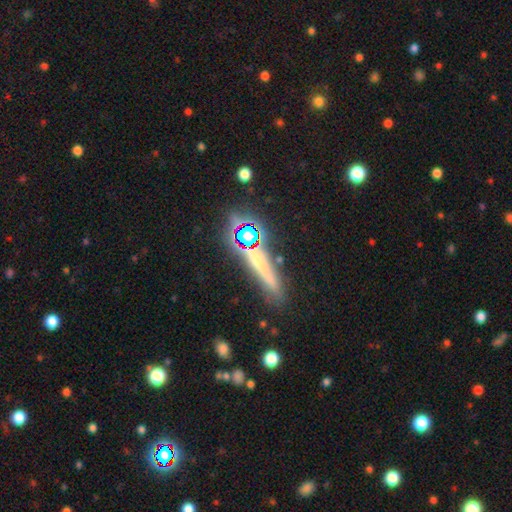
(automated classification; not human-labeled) Morphology: type=smooth (37%); merging=none (74%).